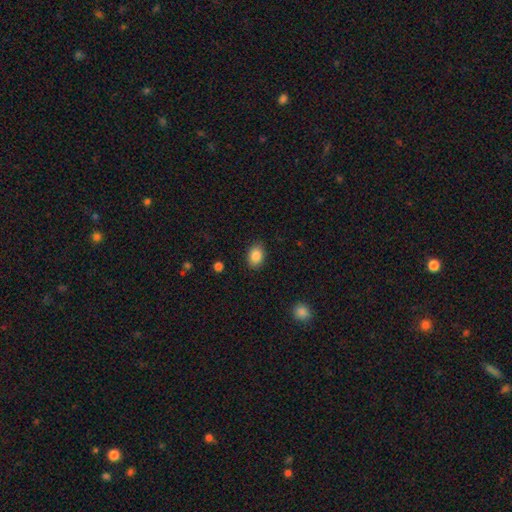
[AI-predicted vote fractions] Q: Smooth or featured?
A: smooth (87%); runner-up: star or artifact (8%)
Q: How rounded?
A: in between (78%); runner-up: round (21%)
Q: Merging?
A: none (86%); runner-up: minor disturbance (10%)